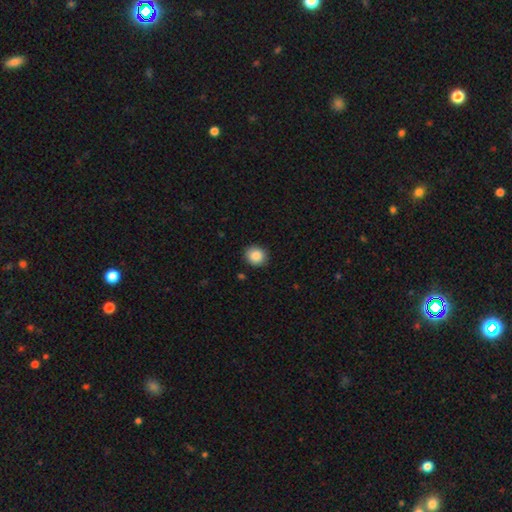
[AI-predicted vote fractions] Morphology: type=smooth (86%); roundness=round (81%); merging=none (90%).